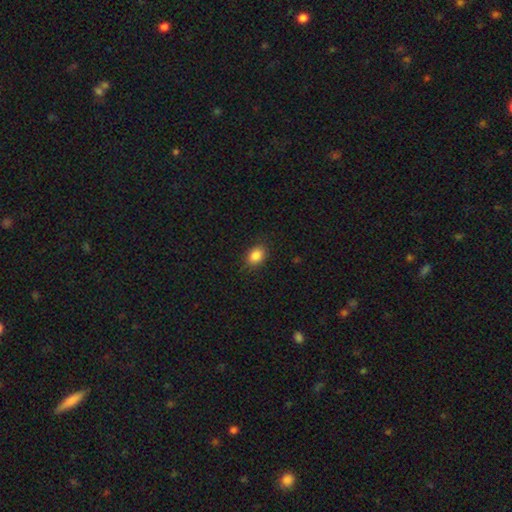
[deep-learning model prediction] Smooth or featured?
  - smooth: 87% *
  - star or artifact: 9%
  - featured or disk: 4%
How rounded?
  - in between: 71% *
  - round: 28%
  - cigar-shaped: 1%
Merging?
  - none: 86% *
  - minor disturbance: 10%
  - major disturbance: 3%
  - merger: 1%